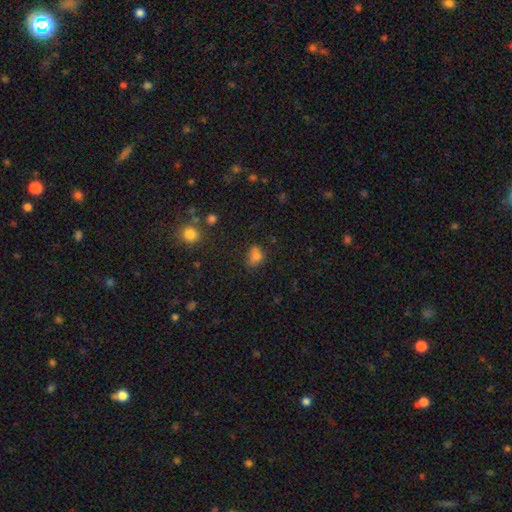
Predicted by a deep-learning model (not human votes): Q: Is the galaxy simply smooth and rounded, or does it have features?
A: smooth — 74%.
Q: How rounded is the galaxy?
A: in between — 56%.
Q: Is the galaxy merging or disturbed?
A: none — 54%.